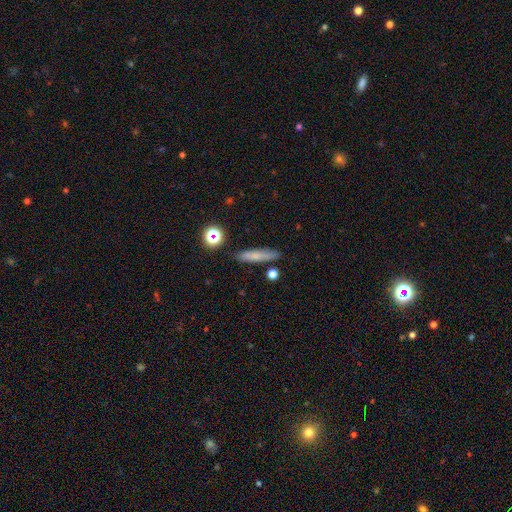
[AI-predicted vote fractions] Smooth or featured?
  - smooth: 70% *
  - featured or disk: 19%
  - star or artifact: 11%
How rounded?
  - cigar-shaped: 83% *
  - in between: 13%
  - round: 4%
Merging?
  - none: 83% *
  - minor disturbance: 10%
  - merger: 4%
  - major disturbance: 3%